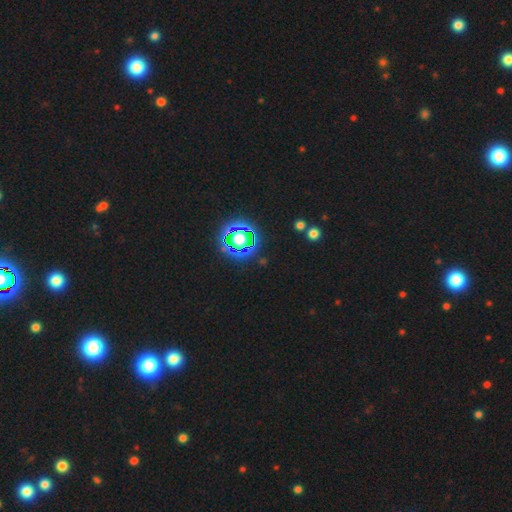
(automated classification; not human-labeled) The model was most divided on "smooth or featured": star or artifact: 79%, smooth: 14%, featured or disk: 7%.